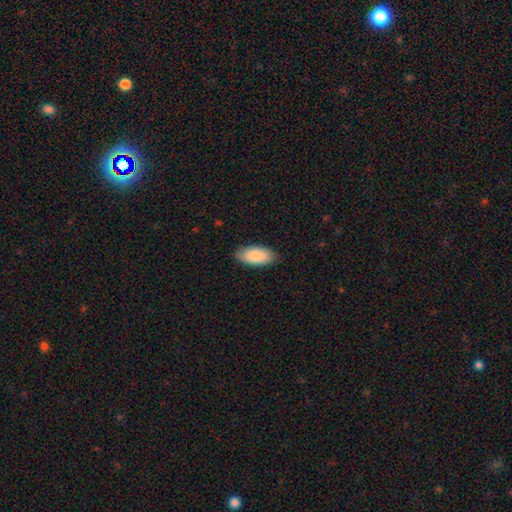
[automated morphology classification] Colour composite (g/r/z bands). It shows a smooth galaxy with no disk features (87%) that is in between round and cigar-shaped (90%). Merging: none (86%).